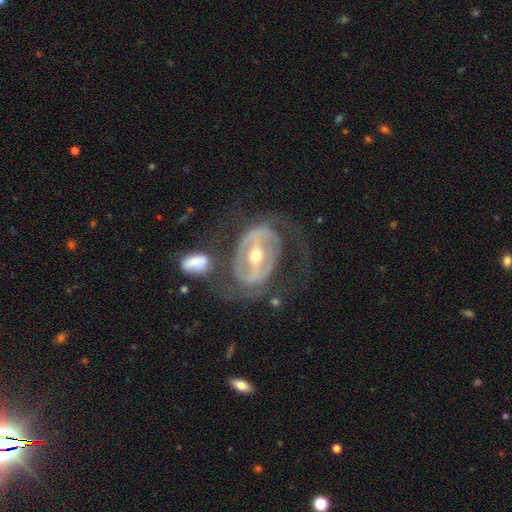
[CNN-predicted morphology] featured or disk 84%, smooth 11%, star or artifact 5%. Down the decision tree: edge-on disk — no (94%); bar — strong (60%); spiral arms — yes (72%); spiral arm count — 2 (74%); spiral winding — tight (40%); bulge size — moderate (61%); merging — none (50%).